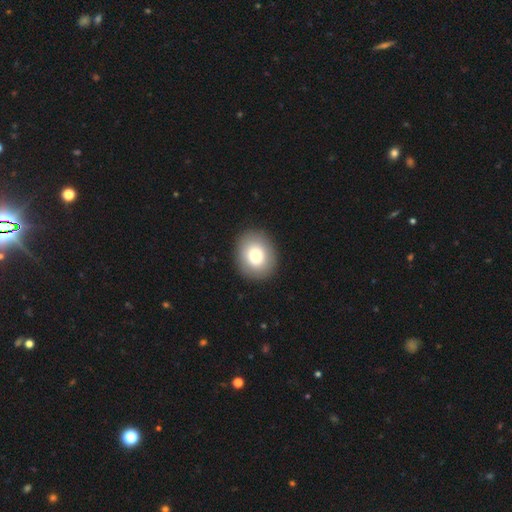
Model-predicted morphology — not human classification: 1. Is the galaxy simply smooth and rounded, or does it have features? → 77% smooth, 15% featured or disk, 8% star or artifact.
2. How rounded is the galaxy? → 60% round, 39% in between, 1% cigar-shaped.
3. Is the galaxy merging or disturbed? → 89% none, 7% minor disturbance, 3% major disturbance, 1% merger.